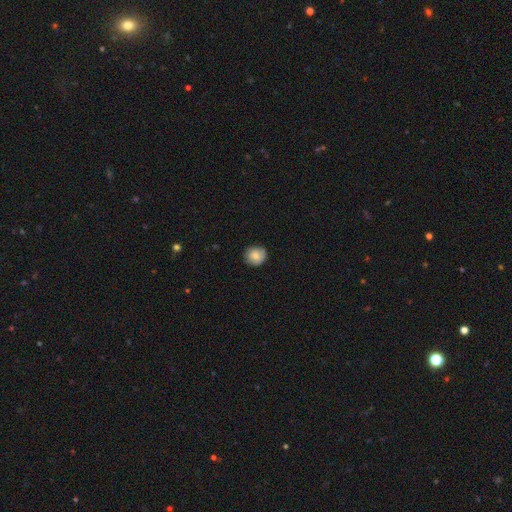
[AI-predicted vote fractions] Smooth or featured? smooth (80%)
How rounded? round (85%)
Merging? none (84%)